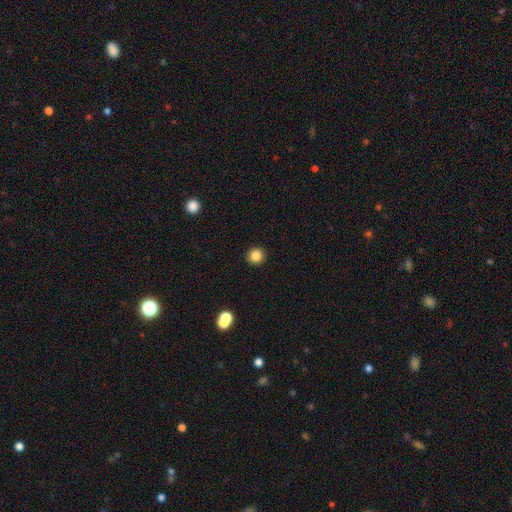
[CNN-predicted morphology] Smooth or featured: smooth — 85% (star or artifact — 10%)
How rounded: round — 94% (in between — 5%)
Merging: none — 93% (minor disturbance — 4%)